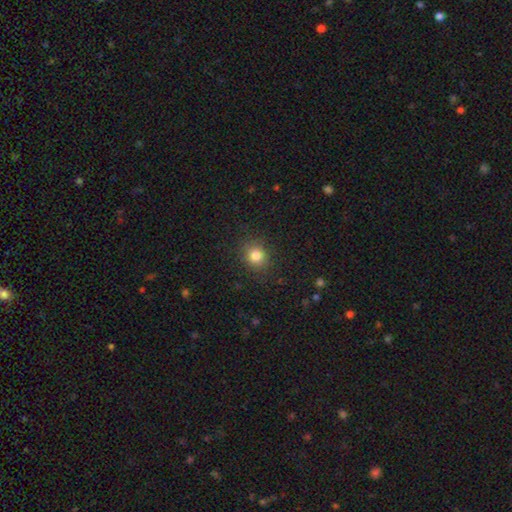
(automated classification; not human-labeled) Q: Smooth or featured?
A: smooth (82%); runner-up: star or artifact (12%)
Q: How rounded?
A: round (78%); runner-up: in between (21%)
Q: Merging?
A: none (86%); runner-up: minor disturbance (9%)